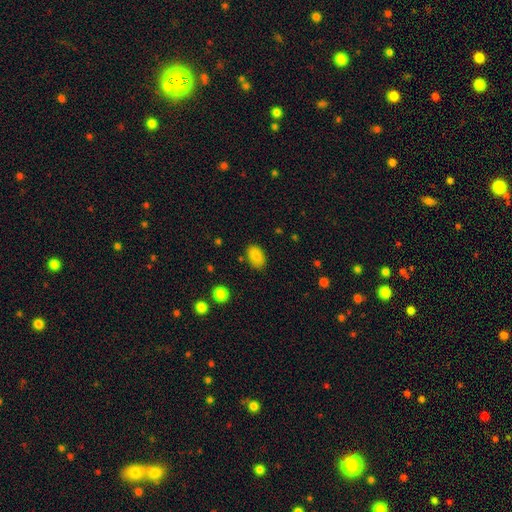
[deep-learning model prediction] Smooth or featured? Predicted: smooth (p=0.87). How rounded? Predicted: in between (p=0.89). Merging? Predicted: none (p=0.84).